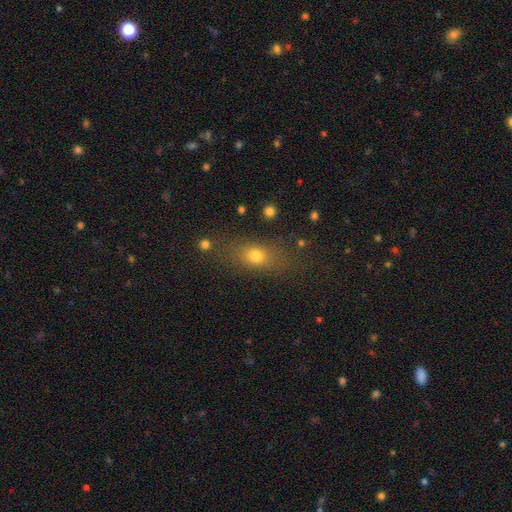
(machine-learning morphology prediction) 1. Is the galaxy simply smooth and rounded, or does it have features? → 71% smooth, 15% star or artifact, 14% featured or disk.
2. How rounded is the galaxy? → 59% in between, 26% round, 15% cigar-shaped.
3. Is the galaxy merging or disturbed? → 74% none, 14% minor disturbance, 7% major disturbance, 4% merger.